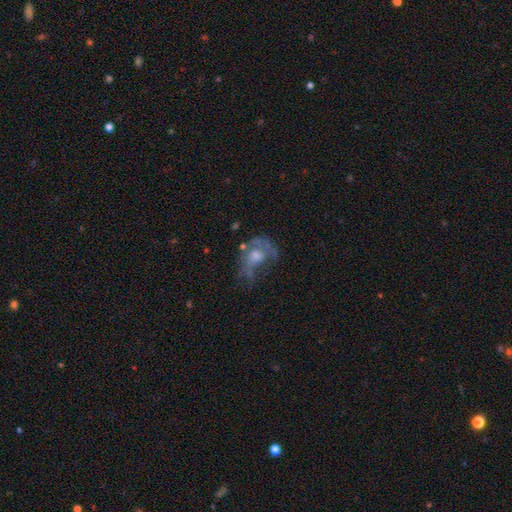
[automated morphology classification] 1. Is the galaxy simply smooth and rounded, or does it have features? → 64% featured or disk, 24% smooth, 12% star or artifact.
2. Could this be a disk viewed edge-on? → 96% no, 4% yes.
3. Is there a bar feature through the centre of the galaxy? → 81% no, 16% weak, 3% strong.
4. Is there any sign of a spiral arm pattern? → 51% yes, 49% no.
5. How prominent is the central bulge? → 57% moderate, 23% small, 12% large, 7% none, 2% dominant.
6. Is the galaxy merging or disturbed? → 38% none, 36% major disturbance, 21% minor disturbance, 5% merger.